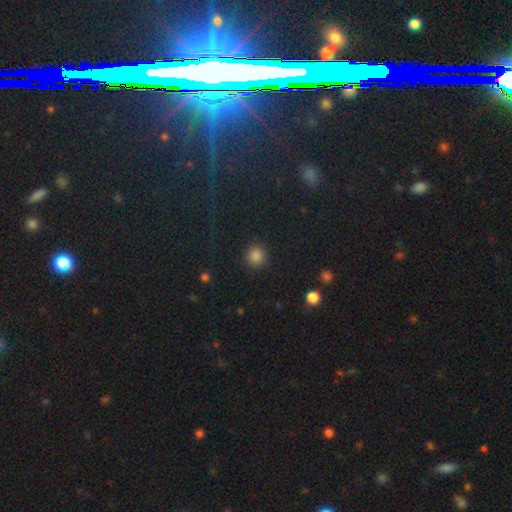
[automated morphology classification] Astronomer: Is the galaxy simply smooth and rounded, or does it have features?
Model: smooth — 83%.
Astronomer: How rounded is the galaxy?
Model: round — 93%.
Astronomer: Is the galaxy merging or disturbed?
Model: none — 89%.